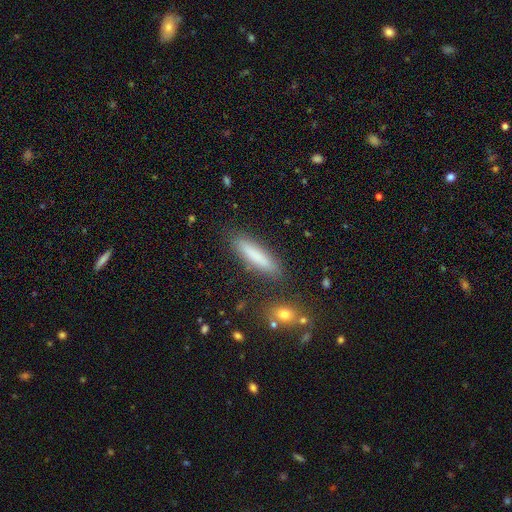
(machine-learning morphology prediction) A smooth galaxy with no disk features (78%) that is cigar-shaped (83%).

Vote fractions:
- Smooth or featured? smooth: 78% / featured or disk: 14% / star or artifact: 8%
- How rounded? cigar-shaped: 83% / in between: 15% / round: 2%
- Merging? none: 86% / minor disturbance: 9% / major disturbance: 2% / merger: 2%